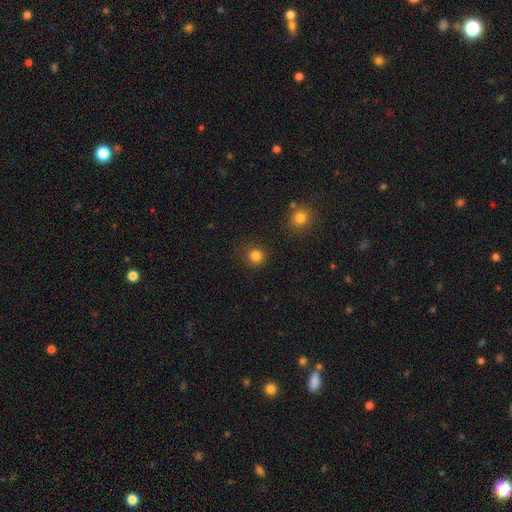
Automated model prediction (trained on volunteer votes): Smooth or featured? Predicted: smooth (p=0.82). How rounded? Predicted: round (p=0.91). Merging? Predicted: none (p=0.85).